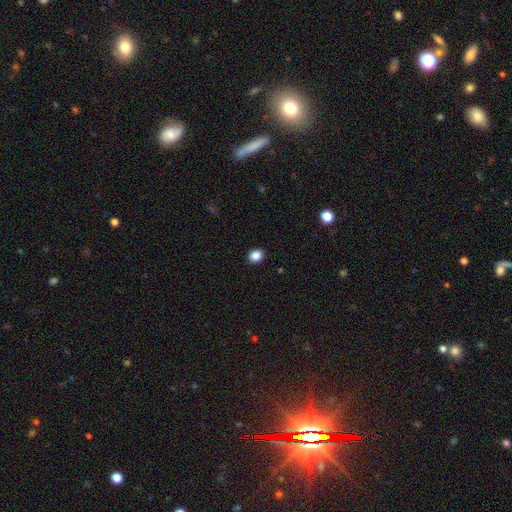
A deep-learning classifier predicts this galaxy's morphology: This is clearly a smooth galaxy (88%). How rounded: likely round (61%). Merging: clearly none (92%).